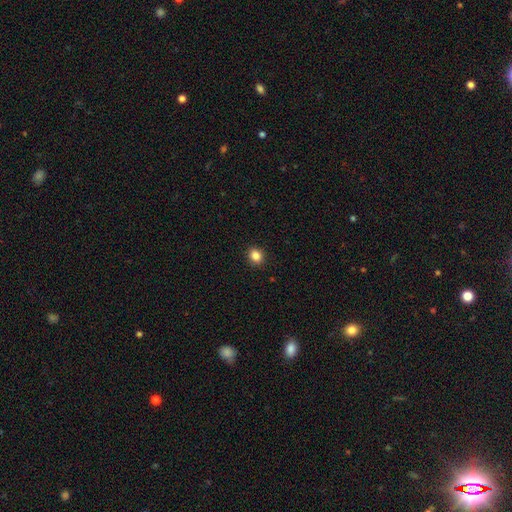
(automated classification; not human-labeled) Smooth or featured?
  - smooth: 86% *
  - star or artifact: 11%
  - featured or disk: 4%
How rounded?
  - round: 70% *
  - in between: 29%
  - cigar-shaped: 1%
Merging?
  - none: 91% *
  - minor disturbance: 6%
  - major disturbance: 2%
  - merger: 1%